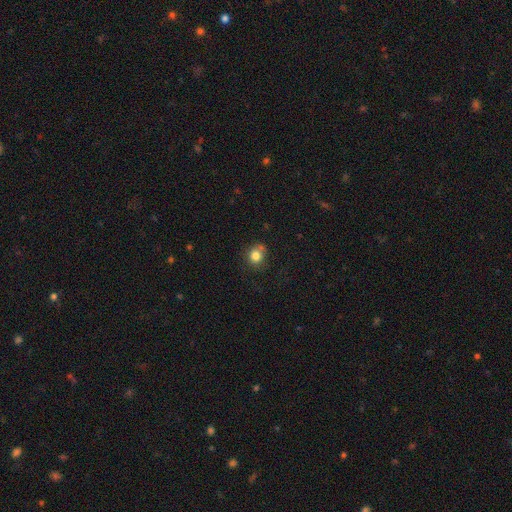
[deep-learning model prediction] Smooth or featured? Predicted: smooth (p=0.81). How rounded? Predicted: round (p=0.77). Merging? Predicted: none (p=0.64).